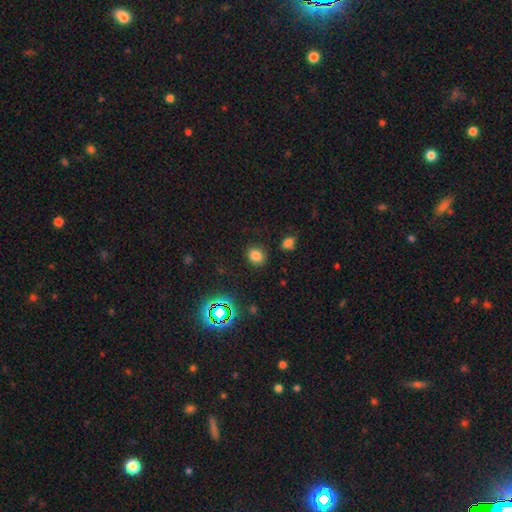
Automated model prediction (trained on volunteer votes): A smooth galaxy with no disk features (76%) that is round (56%). Merging: none (84%).